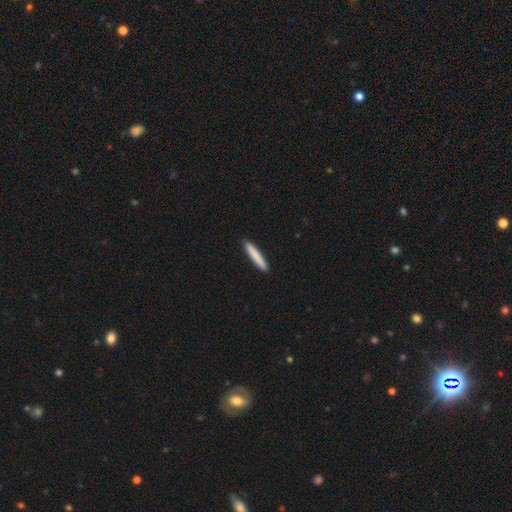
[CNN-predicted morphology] smooth-or-featured: smooth: 83% | featured or disk: 12% | star or artifact: 5%
  how-rounded: cigar-shaped: 94% | in between: 4% | round: 1%
  merging: none: 92% | minor disturbance: 6% | major disturbance: 1% | merger: 1%